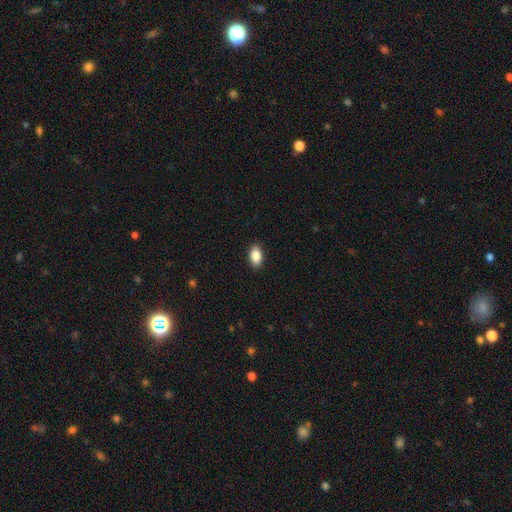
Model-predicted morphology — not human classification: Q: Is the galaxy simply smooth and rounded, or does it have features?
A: smooth — 87%.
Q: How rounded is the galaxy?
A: in between — 91%.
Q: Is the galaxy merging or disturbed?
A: none — 90%.